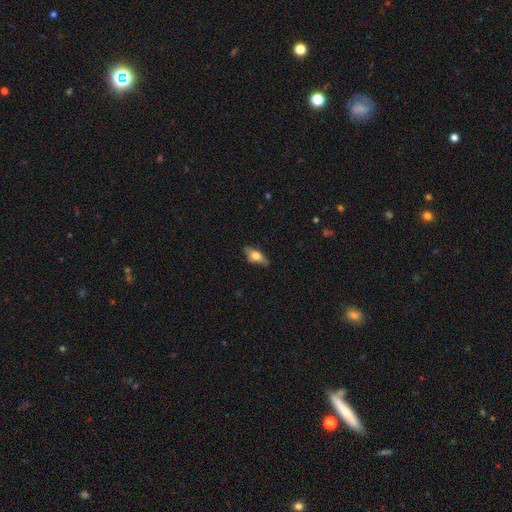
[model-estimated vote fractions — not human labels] Smooth or featured: smooth — 59% (featured or disk — 34%)
How rounded: in between — 75% (cigar-shaped — 21%)
Merging: none — 77% (minor disturbance — 18%)